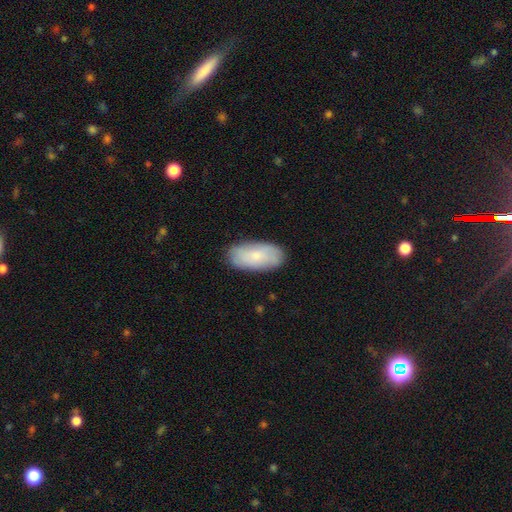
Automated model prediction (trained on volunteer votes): smooth_or_featured: smooth (p=0.71) [alt: featured or disk p=0.22]
how_rounded: in between (p=0.94) [alt: cigar-shaped p=0.04]
merging: none (p=0.85) [alt: minor disturbance p=0.12]